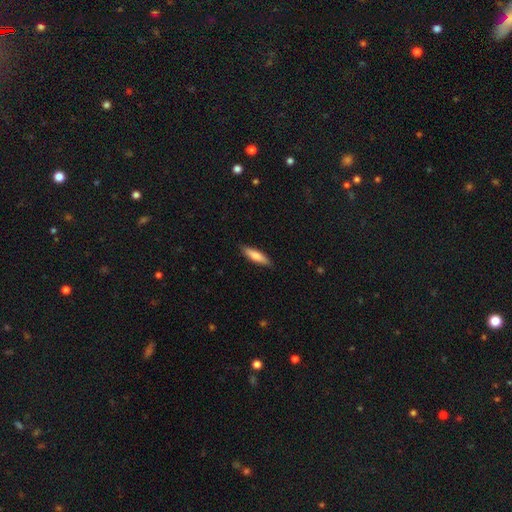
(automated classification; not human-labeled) This is likely a smooth galaxy (76%). How rounded: likely cigar-shaped (70%). Merging: clearly none (88%).